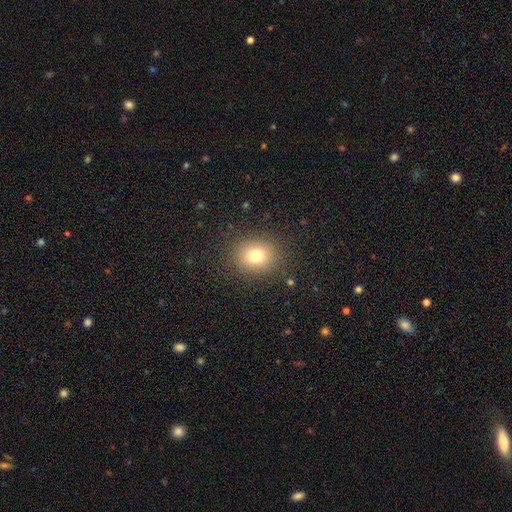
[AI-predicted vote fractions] Smooth or featured? Predicted: smooth (p=0.77). How rounded? Predicted: round (p=0.61). Merging? Predicted: none (p=0.87).